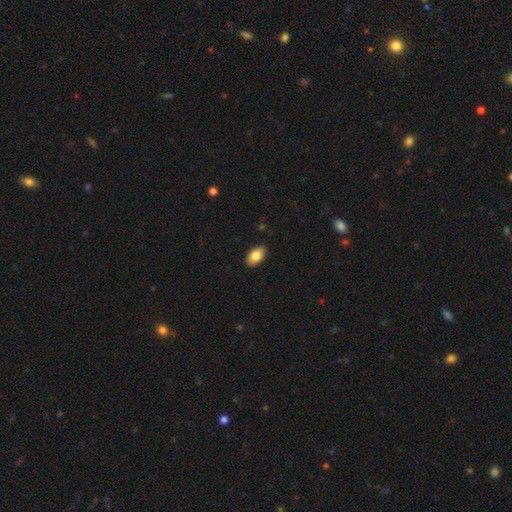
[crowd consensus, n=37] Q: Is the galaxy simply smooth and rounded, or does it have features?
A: smooth — 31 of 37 (84%).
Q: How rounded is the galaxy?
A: in between — 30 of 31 (97%).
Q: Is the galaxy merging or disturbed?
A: none — 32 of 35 (91%).